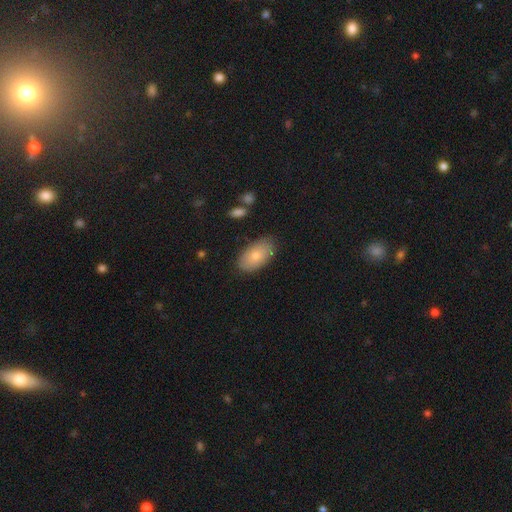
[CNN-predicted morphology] Smooth or featured? Predicted: smooth (p=0.76). How rounded? Predicted: in between (p=0.94). Merging? Predicted: none (p=0.82).